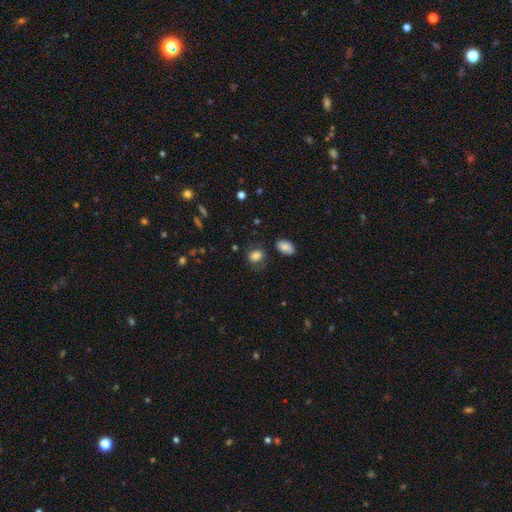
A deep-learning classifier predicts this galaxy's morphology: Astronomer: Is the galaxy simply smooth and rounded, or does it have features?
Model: smooth — 80%.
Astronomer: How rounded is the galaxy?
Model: in between — 53% (runner-up: round, 46%).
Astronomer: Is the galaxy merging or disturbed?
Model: none — 62%.